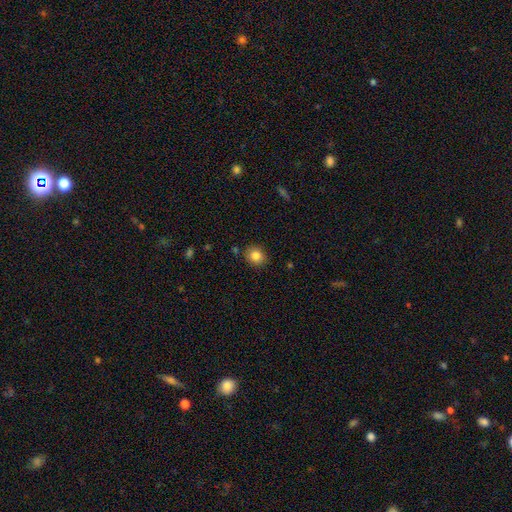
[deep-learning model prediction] Overall: smooth (84%). How rounded: round (76%). Merging: none (87%).